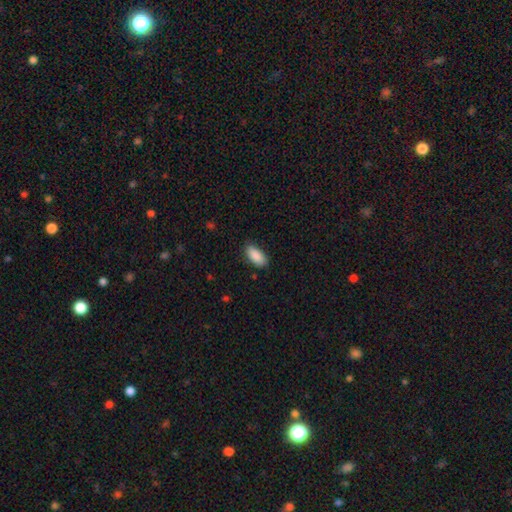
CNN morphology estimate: Q: Smooth or featured?
A: smooth (90%); runner-up: star or artifact (6%)
Q: How rounded?
A: in between (90%); runner-up: cigar-shaped (8%)
Q: Merging?
A: none (84%); runner-up: minor disturbance (12%)